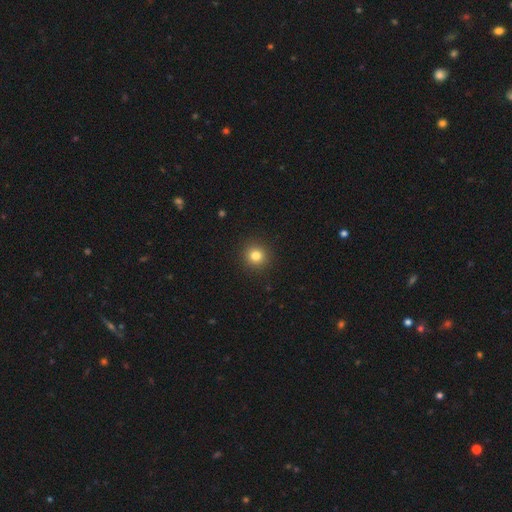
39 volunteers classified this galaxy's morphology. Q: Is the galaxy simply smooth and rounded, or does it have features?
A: smooth — 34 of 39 (87%).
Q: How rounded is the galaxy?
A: round — 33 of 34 (97%).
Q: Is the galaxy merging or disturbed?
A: none — 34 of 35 (97%).